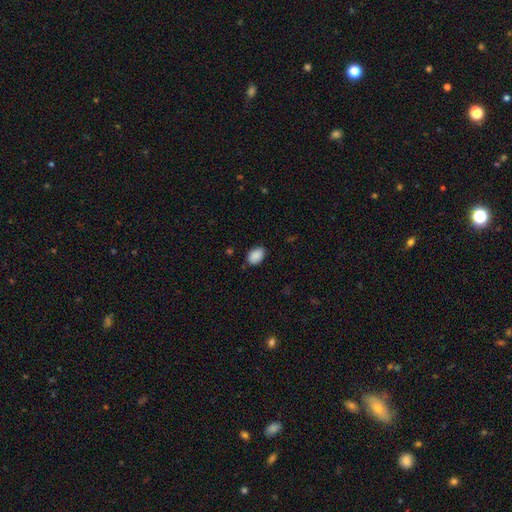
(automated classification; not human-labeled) Morphology: type=smooth (90%); roundness=in between (84%); merging=none (84%).